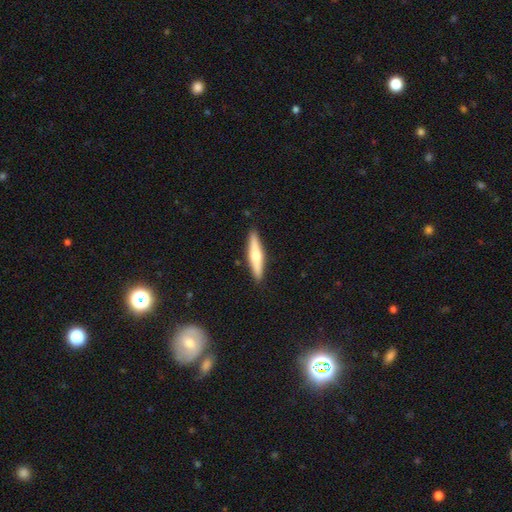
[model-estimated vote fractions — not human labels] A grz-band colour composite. It shows a smooth galaxy with no disk features (50%). Merging: none (90%).